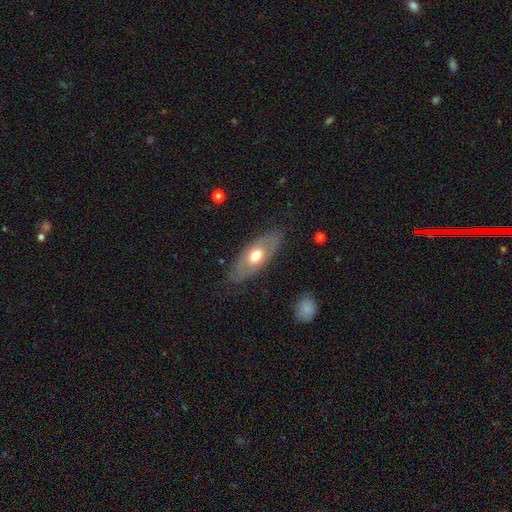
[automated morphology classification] Overall: smooth (52%; featured or disk 43%). How rounded: in between (81%). Merging: none (82%).